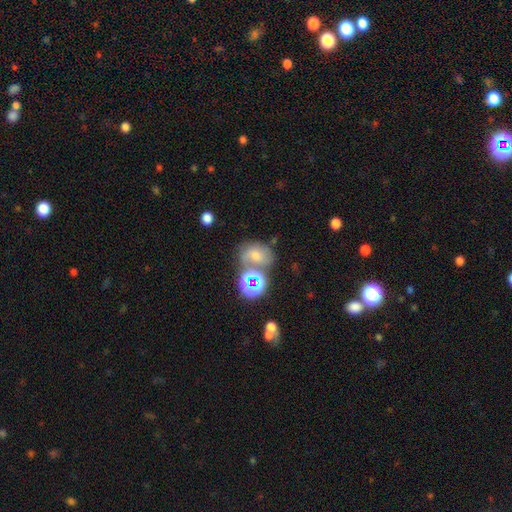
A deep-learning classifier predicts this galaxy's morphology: Smooth or featured? smooth (39%)
Merging? none (50%)